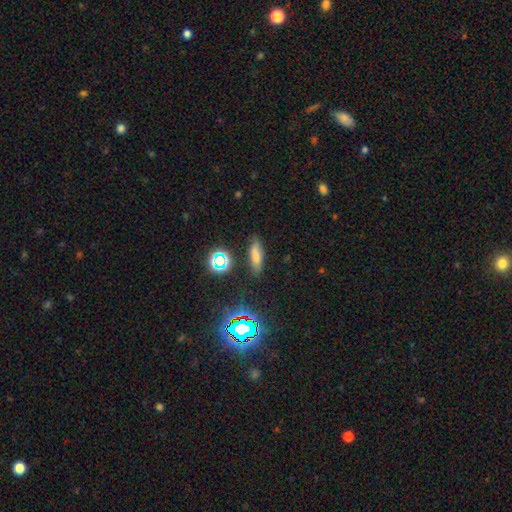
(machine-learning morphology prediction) type=smooth (69%); roundness=in between (49%); merging=none (82%).